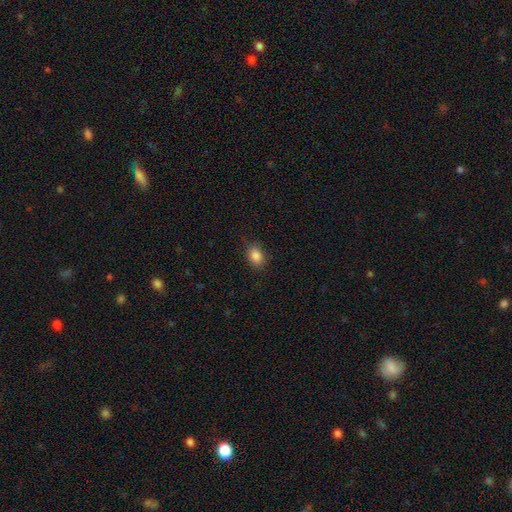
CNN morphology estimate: Smooth or featured? Predicted: smooth (p=0.86). How rounded? Predicted: in between (p=0.77). Merging? Predicted: none (p=0.83).